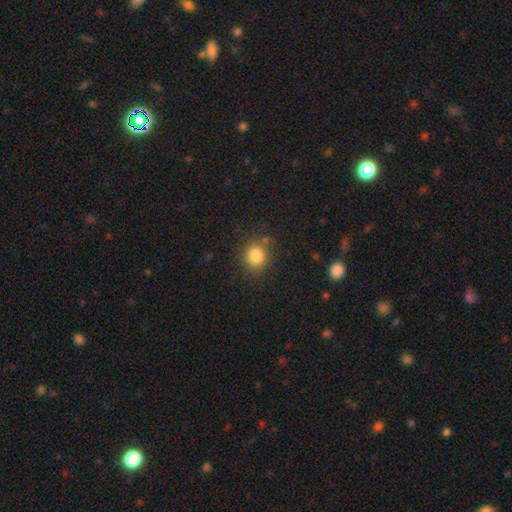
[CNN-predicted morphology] Q: Smooth or featured?
A: smooth (83%); runner-up: star or artifact (11%)
Q: How rounded?
A: round (80%); runner-up: in between (19%)
Q: Merging?
A: none (81%); runner-up: minor disturbance (12%)